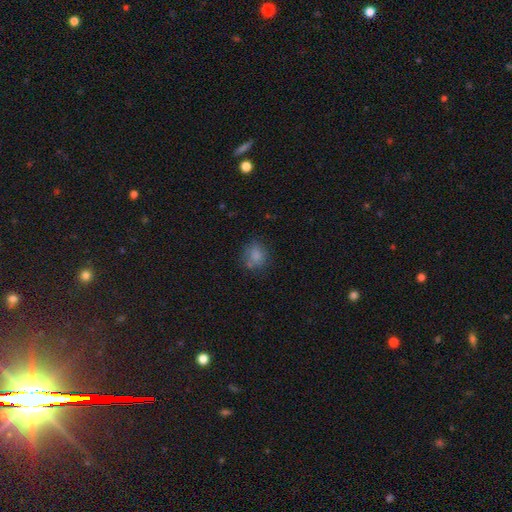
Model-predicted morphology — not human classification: smooth_or_featured: smooth (p=0.78) [alt: star or artifact p=0.12]
how_rounded: round (p=0.69) [alt: in between p=0.30]
merging: none (p=0.66) [alt: minor disturbance p=0.20]